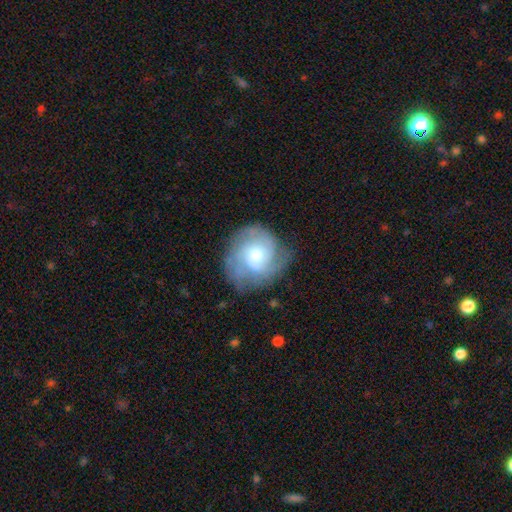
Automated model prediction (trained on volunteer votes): A featured or disk galaxy (75%) with no bar (72%), 3 (31%) tight (55%) spiral arms (93%) and a moderate central bulge (58%).

Vote fractions:
- Smooth or featured? featured or disk: 75% / smooth: 19% / star or artifact: 6%
- Edge-on disk? no: 98% / yes: 2%
- Bar? no: 72% / weak: 24% / strong: 3%
- Spiral arms? yes: 93% / no: 7%
- Spiral winding? tight: 55% / medium: 35% / loose: 10%
- Spiral arm count? 3: 31% / can't tell: 29% / 2: 21% / 4: 9% / 1: 5% / more than 4: 5%
- Bulge size? moderate: 58% / small: 33% / large: 6% / none: 1% / dominant: 1%
- Merging? none: 72% / minor disturbance: 19% / major disturbance: 8% / merger: 1%